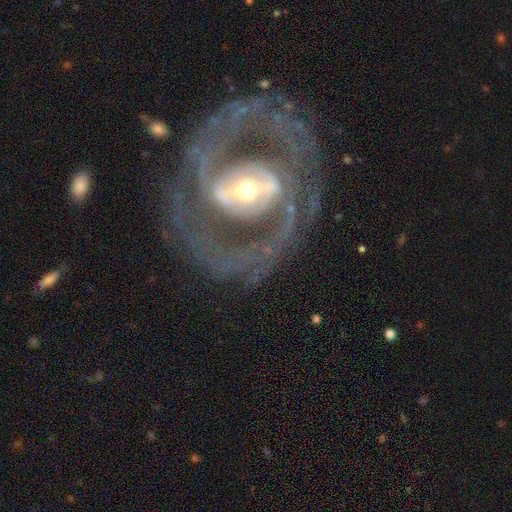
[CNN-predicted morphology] Q: Smooth or featured?
A: featured or disk (87%); runner-up: smooth (7%)
Q: Edge-on disk?
A: no (96%); runner-up: yes (4%)
Q: Bar?
A: strong (39%); runner-up: weak (33%)
Q: Spiral arms?
A: yes (83%); runner-up: no (17%)
Q: Spiral winding?
A: tight (45%); runner-up: medium (41%)
Q: Spiral arm count?
A: 2 (73%); runner-up: can't tell (12%)
Q: Bulge size?
A: moderate (50%); runner-up: small (35%)
Q: Merging?
A: none (73%); runner-up: minor disturbance (13%)